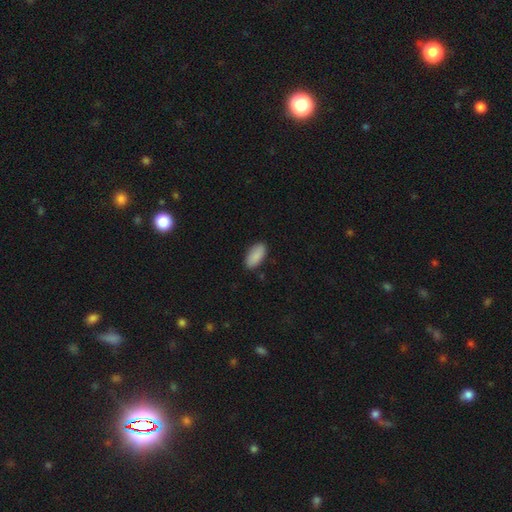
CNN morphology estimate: A smooth galaxy with no disk features (90%) that is in between round and cigar-shaped (93%).

Vote fractions:
- Smooth or featured? smooth: 90% / star or artifact: 6% / featured or disk: 4%
- How rounded? in between: 93% / cigar-shaped: 6% / round: 2%
- Merging? none: 87% / minor disturbance: 10% / major disturbance: 2% / merger: 1%